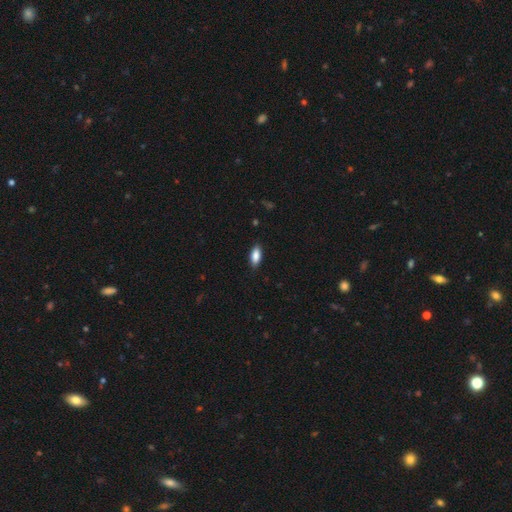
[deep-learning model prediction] A smooth galaxy with no disk features (87%) that is in between round and cigar-shaped (83%). Merging: none (87%).